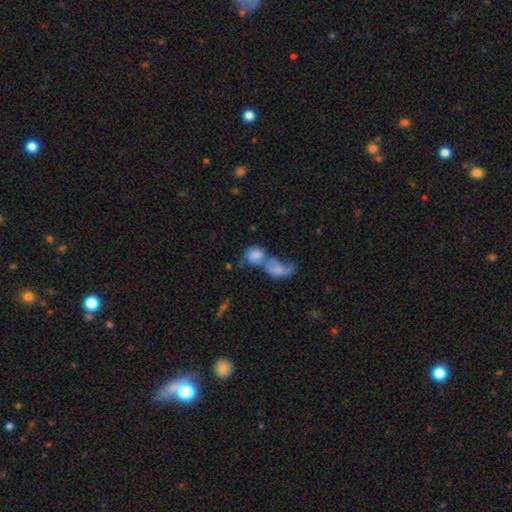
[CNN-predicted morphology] smooth_or_featured: smooth (p=0.69) [alt: featured or disk p=0.21]
how_rounded: in between (p=0.62) [alt: round p=0.35]
merging: merger (p=0.73) [alt: none p=0.12]